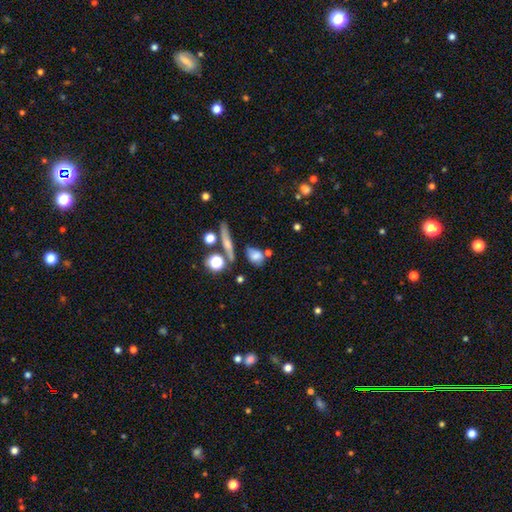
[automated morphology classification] This appears to be a smooth galaxy with no disk features (68%) that is in between round and cigar-shaped (51%). Merging: none (56%).